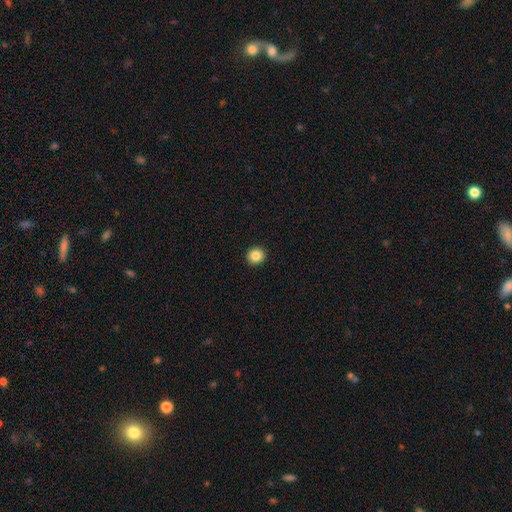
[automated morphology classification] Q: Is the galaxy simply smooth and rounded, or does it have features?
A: smooth — 86%.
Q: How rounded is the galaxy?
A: round — 88%.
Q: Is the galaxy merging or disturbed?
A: none — 93%.